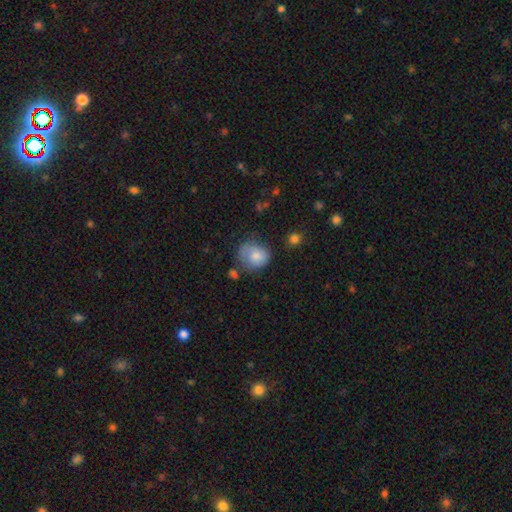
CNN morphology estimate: Smooth or featured? Predicted: smooth (p=0.76). How rounded? Predicted: round (p=0.62). Merging? Predicted: none (p=0.50).